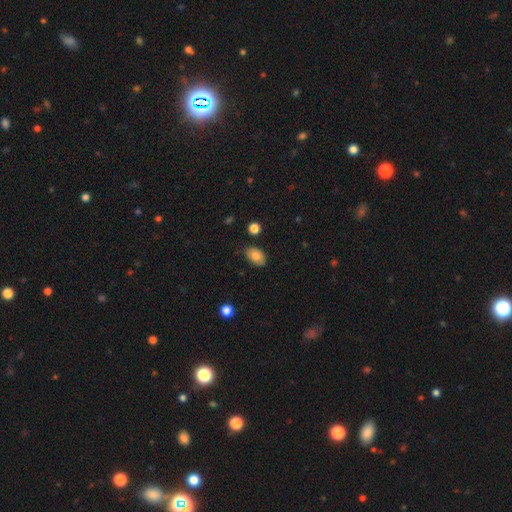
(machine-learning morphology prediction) A smooth galaxy with no disk features (79%) that is in between round and cigar-shaped (87%). Merging: none (78%).